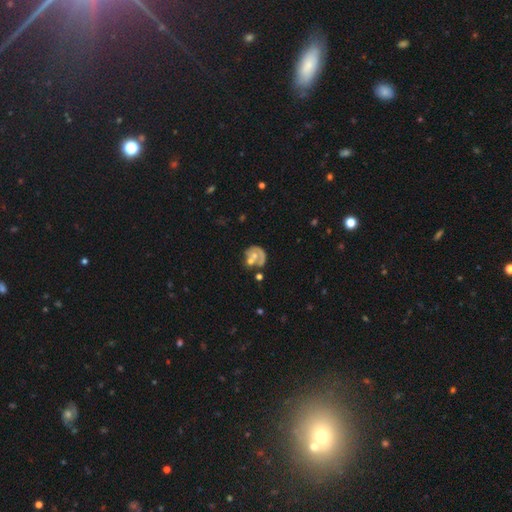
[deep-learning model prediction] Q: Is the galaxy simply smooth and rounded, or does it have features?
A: featured or disk — 59%.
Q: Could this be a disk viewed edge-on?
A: no — 98%.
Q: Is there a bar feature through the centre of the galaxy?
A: no — 82%.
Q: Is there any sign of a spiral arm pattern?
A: yes — 50%, tied with no.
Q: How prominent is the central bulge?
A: small — 43%.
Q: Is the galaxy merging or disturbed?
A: none — 36%.